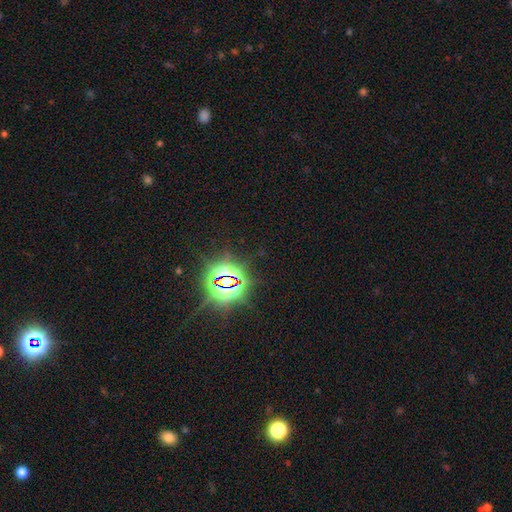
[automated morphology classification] Smooth or featured?
  - star or artifact: 84% *
  - smooth: 9%
  - featured or disk: 7%